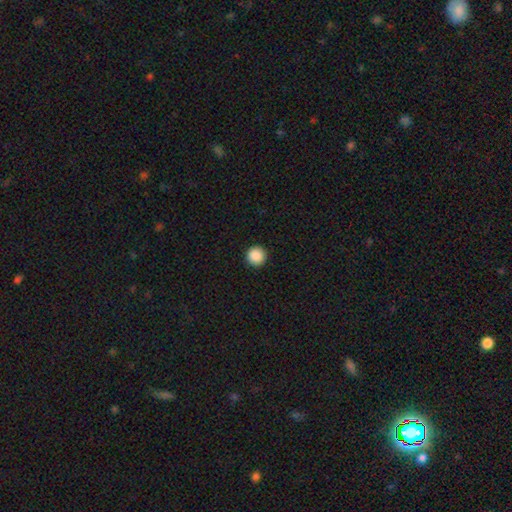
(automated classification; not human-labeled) Smooth or featured? smooth (89%)
How rounded? round (96%)
Merging? none (93%)